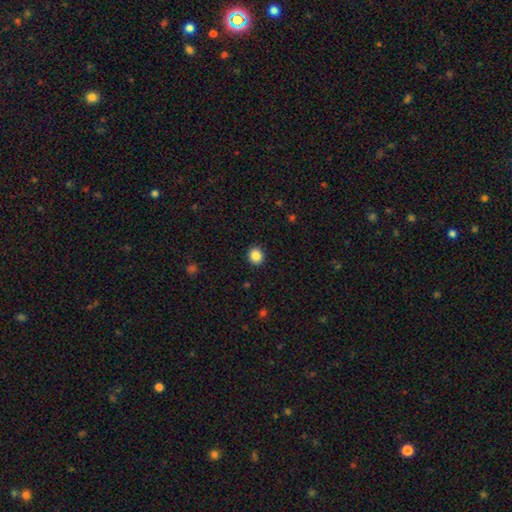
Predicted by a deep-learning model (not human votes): Q: Smooth or featured?
A: smooth (87%); runner-up: star or artifact (10%)
Q: How rounded?
A: round (80%); runner-up: in between (19%)
Q: Merging?
A: none (92%); runner-up: minor disturbance (5%)